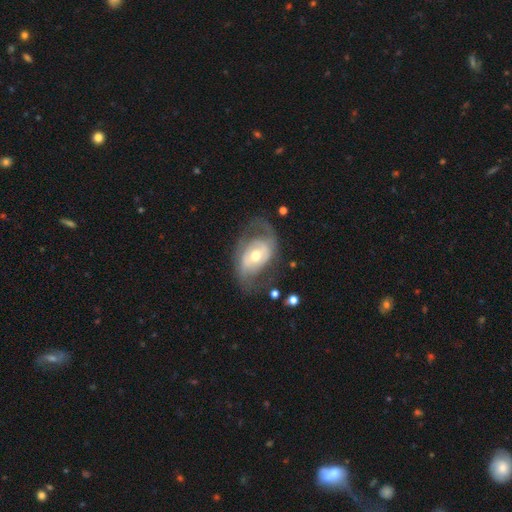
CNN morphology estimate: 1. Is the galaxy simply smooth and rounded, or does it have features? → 71% featured or disk, 23% smooth, 6% star or artifact.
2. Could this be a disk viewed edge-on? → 95% no, 5% yes.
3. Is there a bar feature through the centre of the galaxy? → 56% no, 31% weak, 13% strong.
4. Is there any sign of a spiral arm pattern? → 70% yes, 30% no.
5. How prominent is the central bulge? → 66% moderate, 24% small, 7% large, 1% dominant, 1% none.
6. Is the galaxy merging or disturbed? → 54% none, 23% major disturbance, 21% minor disturbance, 2% merger.